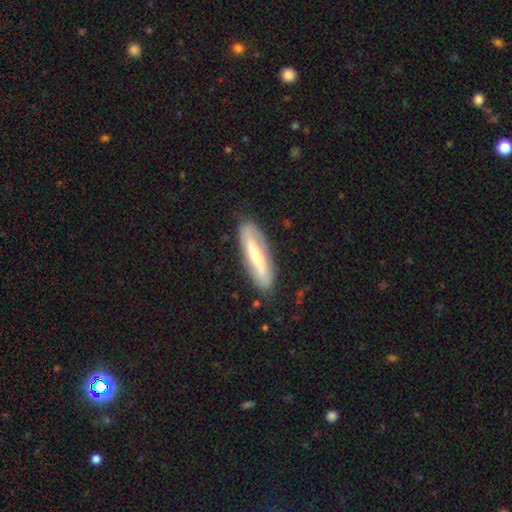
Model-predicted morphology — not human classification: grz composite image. It shows a featured or disk galaxy (61%). Merging: none (83%).